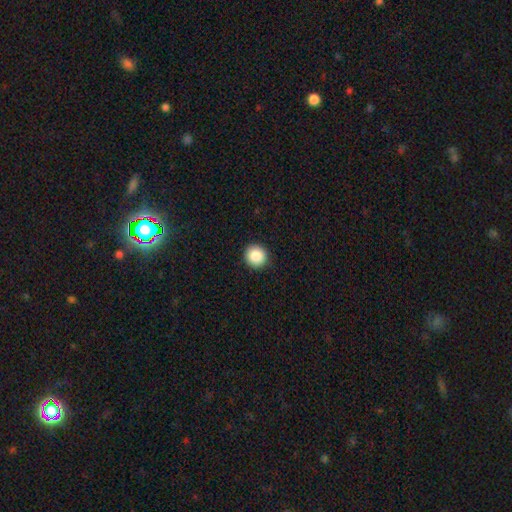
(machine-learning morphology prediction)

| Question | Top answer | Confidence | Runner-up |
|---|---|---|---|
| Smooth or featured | smooth | 87% | star or artifact (9%) |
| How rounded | round | 94% | in between (5%) |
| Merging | none | 92% | minor disturbance (5%) |